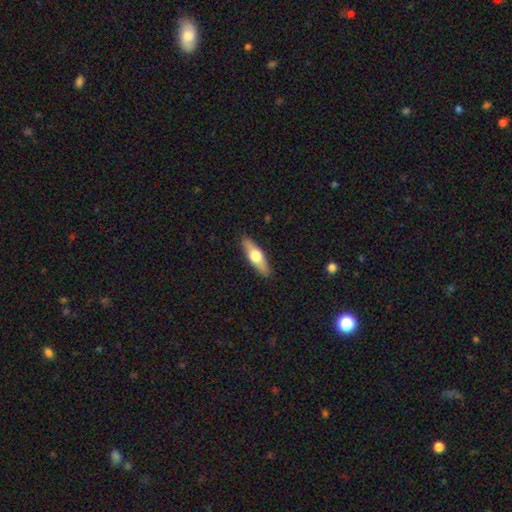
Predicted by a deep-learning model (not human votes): Overall: smooth (52%; featured or disk 43%). How rounded: cigar-shaped (51%; in between 46%). Merging: none (89%).